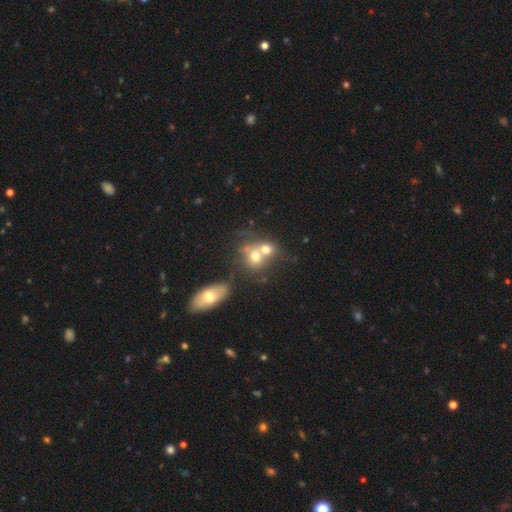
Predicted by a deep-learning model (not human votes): smooth_or_featured: smooth (p=0.65) [alt: featured or disk p=0.24]
how_rounded: round (p=0.63) [alt: in between p=0.35]
merging: merger (p=0.63) [alt: none p=0.24]